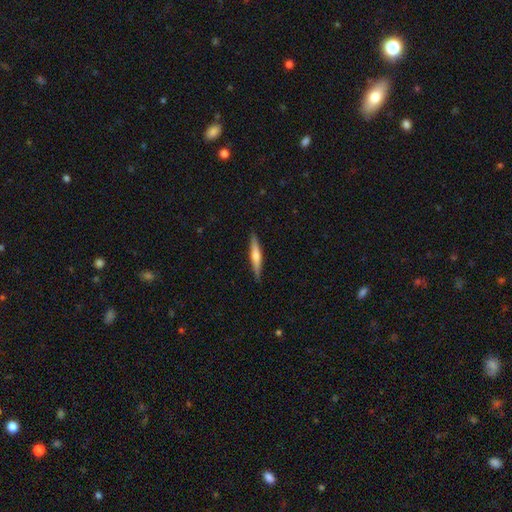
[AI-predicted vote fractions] smooth_or_featured: featured or disk (p=0.53) [alt: smooth p=0.42]
disk_edge_on: yes (p=0.96) [alt: no p=0.04]
edge_on_bulge: rounded (p=0.80) [alt: none p=0.13]
merging: none (p=0.89) [alt: minor disturbance p=0.08]